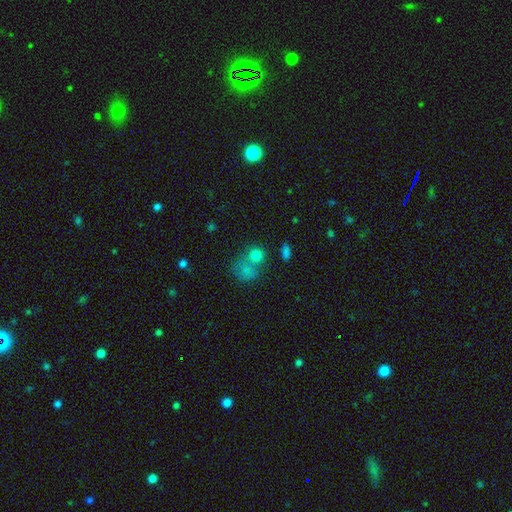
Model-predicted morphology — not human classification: This appears to be a smooth galaxy with no disk features (77%) that is round (69%). Merging: merger (44%).